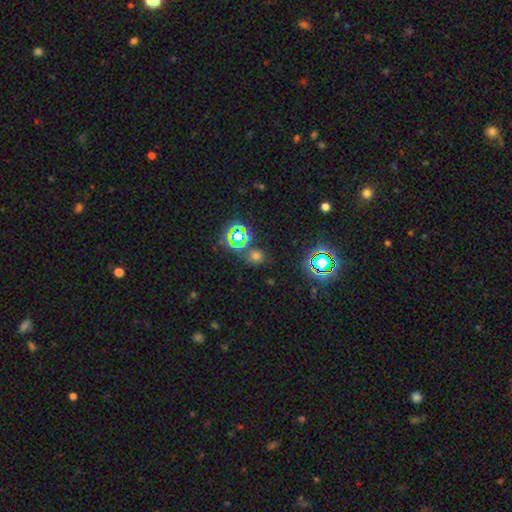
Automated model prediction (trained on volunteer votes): The model was most divided on "smooth or featured": smooth: 52%, star or artifact: 40%, featured or disk: 8%. More confident: how rounded — round (79%); merging — none (73%).